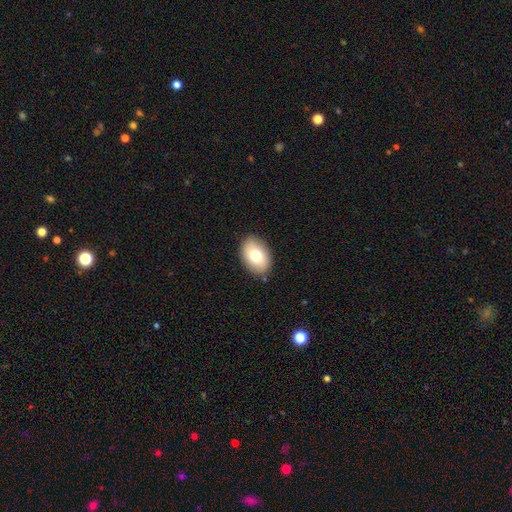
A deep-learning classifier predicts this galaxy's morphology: The model was most divided on "smooth or featured": smooth: 76%, featured or disk: 17%, star or artifact: 7%. More confident: merging — none (87%); how rounded — in between (86%).